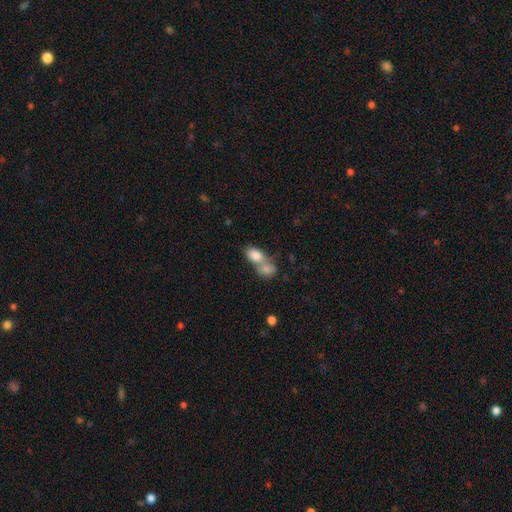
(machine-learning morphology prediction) This is clearly a smooth galaxy (81%). How rounded: clearly in between (80%). Merging: likely merger (69%).